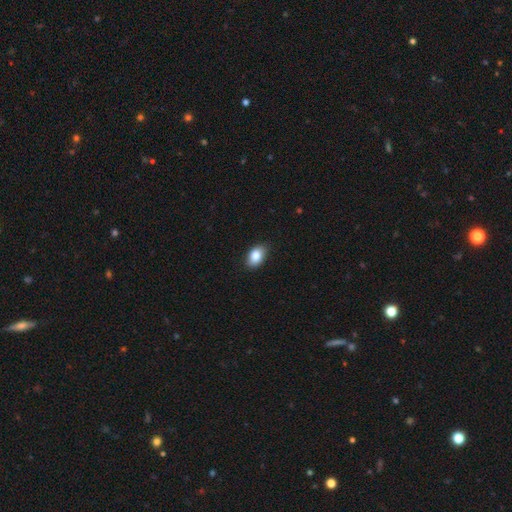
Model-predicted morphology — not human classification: Smooth or featured?
  - smooth: 85% *
  - featured or disk: 8%
  - star or artifact: 8%
How rounded?
  - in between: 87% *
  - round: 12%
  - cigar-shaped: 1%
Merging?
  - none: 84% *
  - minor disturbance: 13%
  - major disturbance: 2%
  - merger: 1%